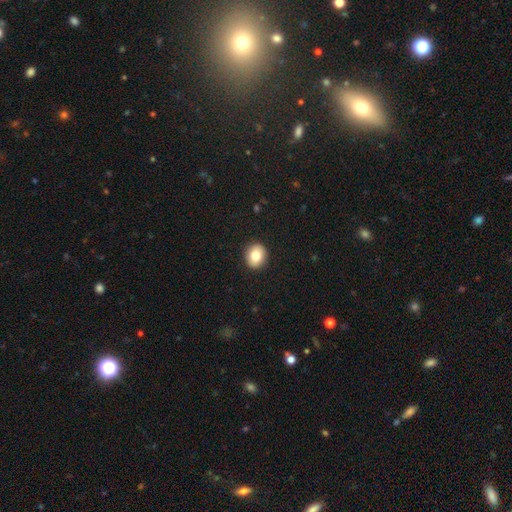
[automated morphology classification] Smooth or featured? Predicted: smooth (p=0.82). How rounded? Predicted: round (p=0.65). Merging? Predicted: none (p=0.91).